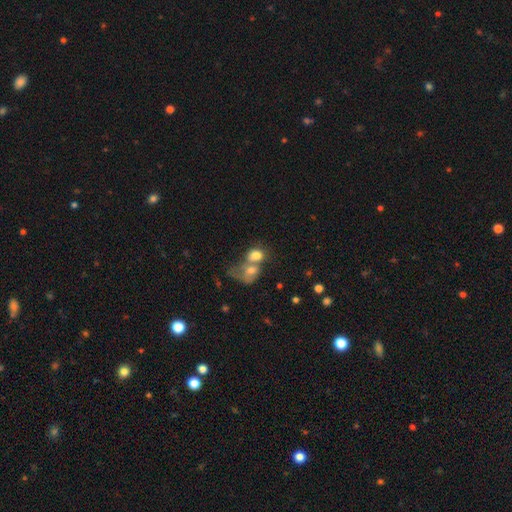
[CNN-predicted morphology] Q: Smooth or featured?
A: smooth (72%); runner-up: featured or disk (17%)
Q: How rounded?
A: in between (56%); runner-up: round (42%)
Q: Merging?
A: merger (68%); runner-up: none (16%)